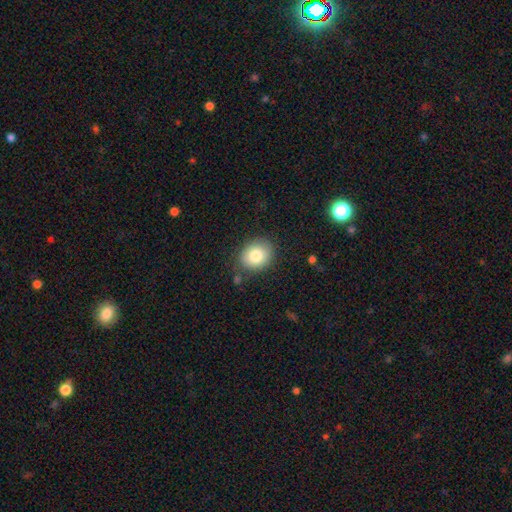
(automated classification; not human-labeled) smooth-or-featured: smooth: 81% | featured or disk: 10% | star or artifact: 9%
  how-rounded: round: 63% | in between: 36% | cigar-shaped: 1%
  merging: none: 83% | minor disturbance: 12% | major disturbance: 3% | merger: 2%